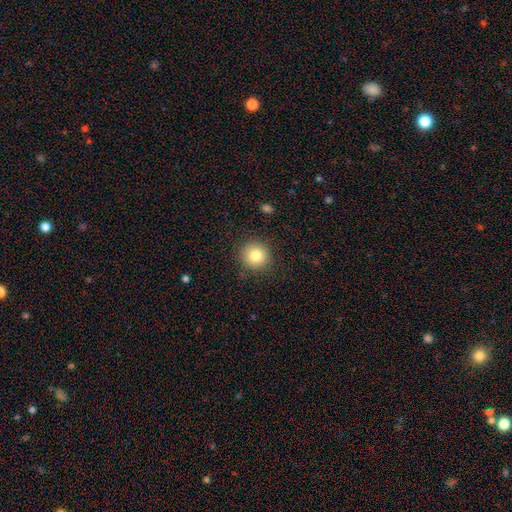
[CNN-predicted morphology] Overall: smooth (82%). How rounded: round (92%). Merging: none (89%).